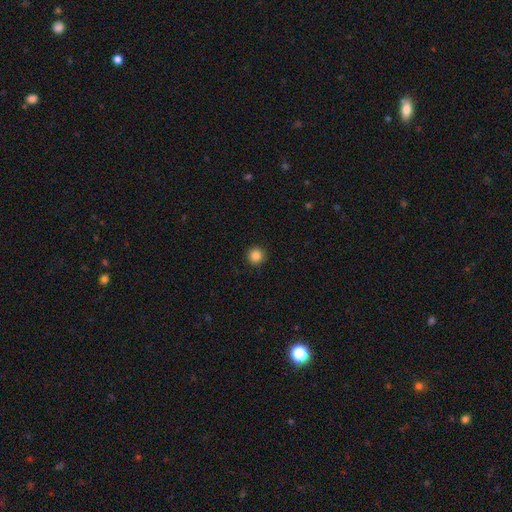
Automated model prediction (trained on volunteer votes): This is clearly a smooth galaxy (85%). How rounded: clearly round (95%). Merging: clearly none (91%).